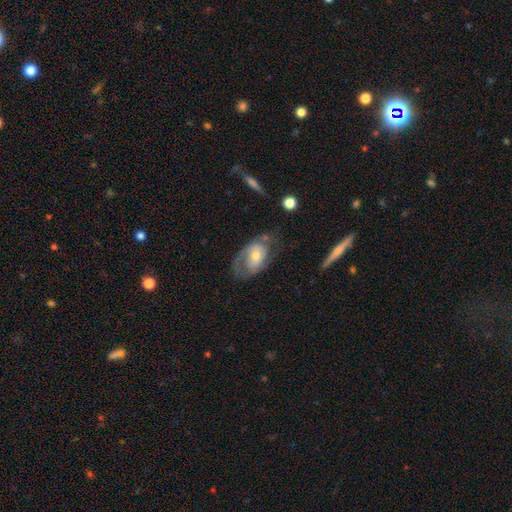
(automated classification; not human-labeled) A featured or disk galaxy (57%) with no bar (70%), spiral arms (66%) and a moderate central bulge (55%). Merging: none (43%).